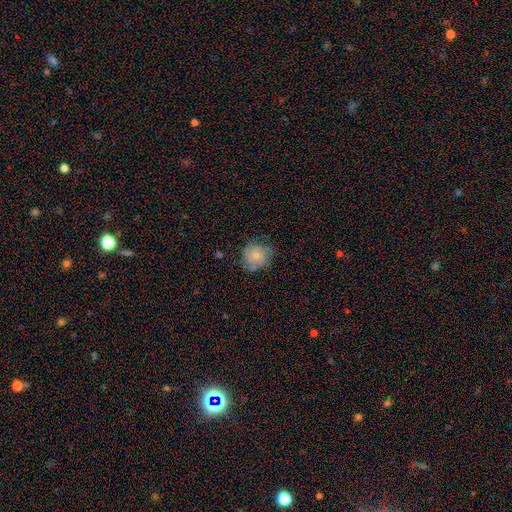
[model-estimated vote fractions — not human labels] Smooth or featured?
  - featured or disk: 53% *
  - smooth: 38%
  - star or artifact: 9%
Edge-on disk?
  - no: 98% *
  - yes: 2%
Bar?
  - no: 76% *
  - weak: 21%
  - strong: 3%
Spiral arms?
  - yes: 87% *
  - no: 13%
Bulge size?
  - small: 56% *
  - moderate: 31%
  - none: 9%
  - large: 3%
  - dominant: 1%
Merging?
  - none: 68% *
  - minor disturbance: 22%
  - major disturbance: 8%
  - merger: 2%